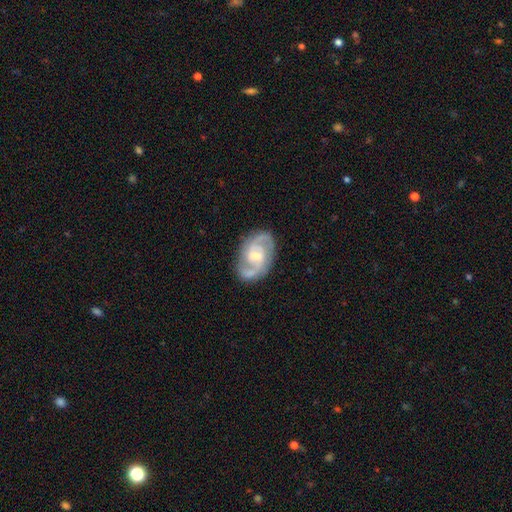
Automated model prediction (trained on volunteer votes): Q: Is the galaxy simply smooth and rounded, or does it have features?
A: featured or disk — 86%.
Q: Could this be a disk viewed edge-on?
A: no — 97%.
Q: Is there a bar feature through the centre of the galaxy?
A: weak — 53%.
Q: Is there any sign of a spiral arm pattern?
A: yes — 96%.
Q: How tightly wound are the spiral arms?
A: medium — 54%.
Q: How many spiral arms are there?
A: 2 — 84%.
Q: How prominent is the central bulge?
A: moderate — 47%.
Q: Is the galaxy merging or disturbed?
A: none — 77%.